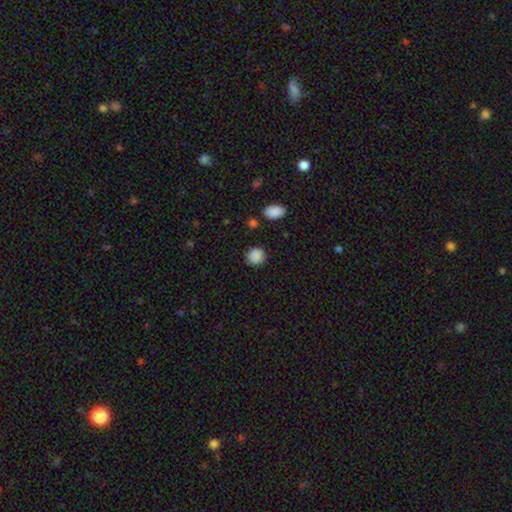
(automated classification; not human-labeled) smooth-or-featured: smooth: 88% | star or artifact: 9% | featured or disk: 3%
  how-rounded: round: 88% | in between: 11% | cigar-shaped: 1%
  merging: none: 87% | minor disturbance: 8% | major disturbance: 3% | merger: 2%